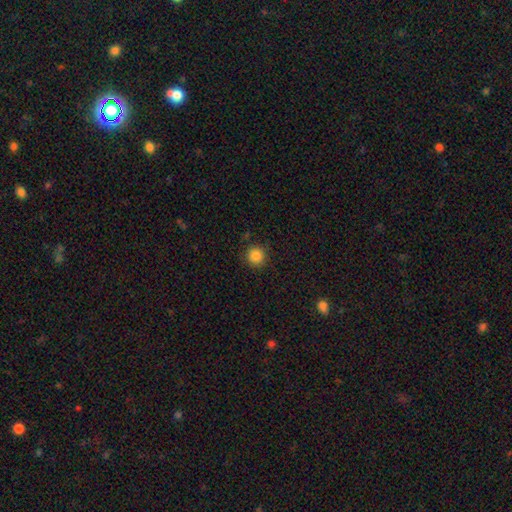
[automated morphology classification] Smooth or featured? smooth (85%)
How rounded? round (95%)
Merging? none (89%)